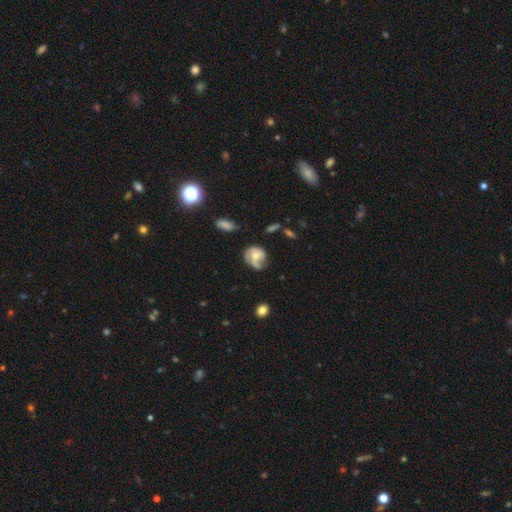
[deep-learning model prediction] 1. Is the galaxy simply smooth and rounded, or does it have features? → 72% featured or disk, 21% smooth, 7% star or artifact.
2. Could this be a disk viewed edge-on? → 97% no, 3% yes.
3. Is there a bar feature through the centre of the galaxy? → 66% no, 28% weak, 5% strong.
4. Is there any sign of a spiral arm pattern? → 92% yes, 8% no.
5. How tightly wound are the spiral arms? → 43% medium, 35% tight, 22% loose.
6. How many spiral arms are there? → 46% 2, 30% 1, 11% can't tell, 9% 3, 2% 4, 2% more than 4.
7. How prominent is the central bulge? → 49% moderate, 38% small, 7% none, 5% large, 1% dominant.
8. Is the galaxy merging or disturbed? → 54% none, 25% minor disturbance, 17% major disturbance, 4% merger.